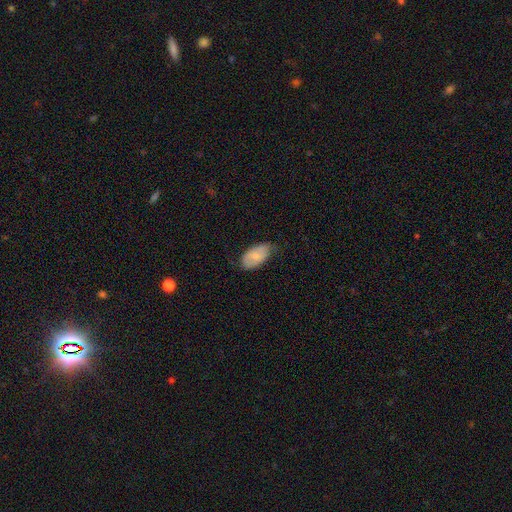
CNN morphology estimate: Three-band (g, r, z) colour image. It shows a smooth galaxy with no disk features (72%) that is in between round and cigar-shaped (94%). Merging: none (59%).